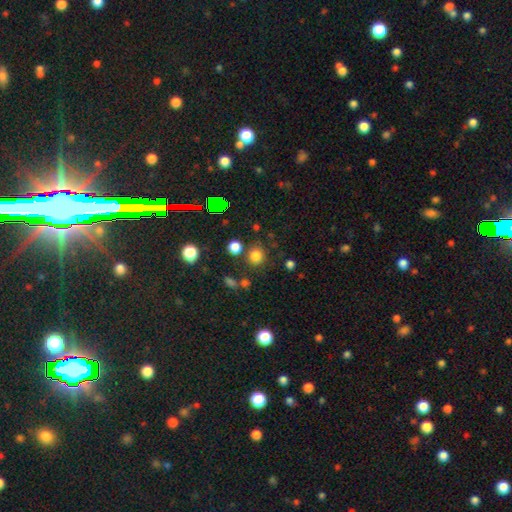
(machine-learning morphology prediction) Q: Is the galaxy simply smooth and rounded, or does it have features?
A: smooth — 77%.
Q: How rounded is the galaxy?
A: round — 88%.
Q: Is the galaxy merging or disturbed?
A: none — 79%.